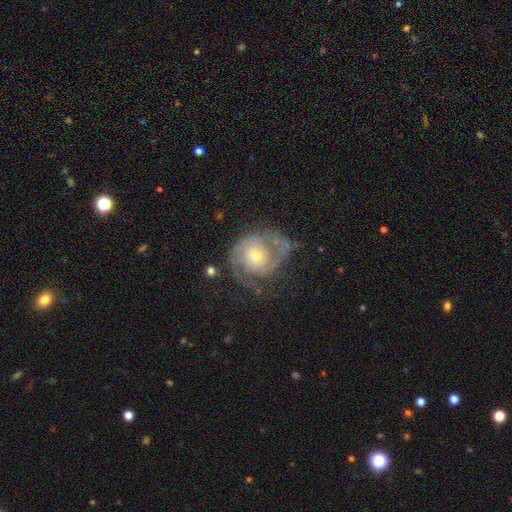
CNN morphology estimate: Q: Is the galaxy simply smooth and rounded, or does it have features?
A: featured or disk — 85%.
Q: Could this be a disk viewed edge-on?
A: no — 98%.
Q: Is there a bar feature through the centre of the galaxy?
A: no — 69%.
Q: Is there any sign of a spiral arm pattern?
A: yes — 95%.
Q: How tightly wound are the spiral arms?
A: tight — 49%.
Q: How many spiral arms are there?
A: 2 — 74%.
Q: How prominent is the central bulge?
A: moderate — 55%.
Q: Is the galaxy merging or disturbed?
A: none — 62%.